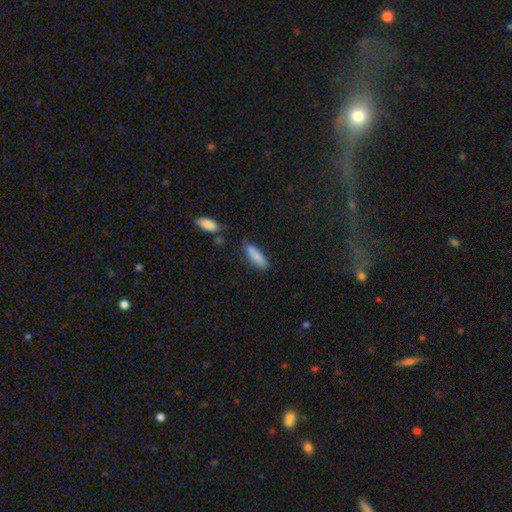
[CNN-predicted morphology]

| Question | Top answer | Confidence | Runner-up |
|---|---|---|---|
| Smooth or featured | smooth | 86% | featured or disk (7%) |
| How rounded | cigar-shaped | 61% | in between (38%) |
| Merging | none | 74% | minor disturbance (17%) |